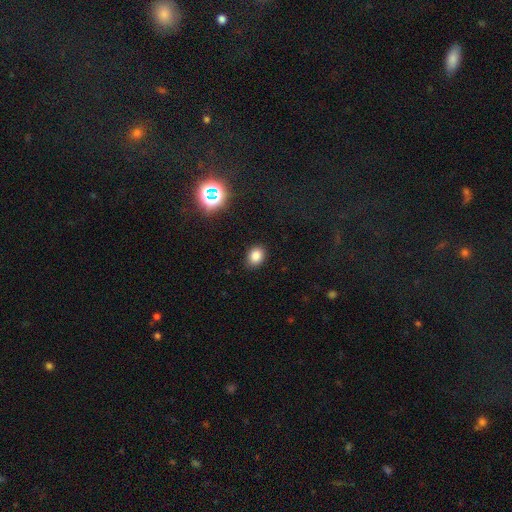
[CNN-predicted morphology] smooth 82%, star or artifact 13%, featured or disk 5%. Down the decision tree: how rounded — in between (60%); merging — none (86%).